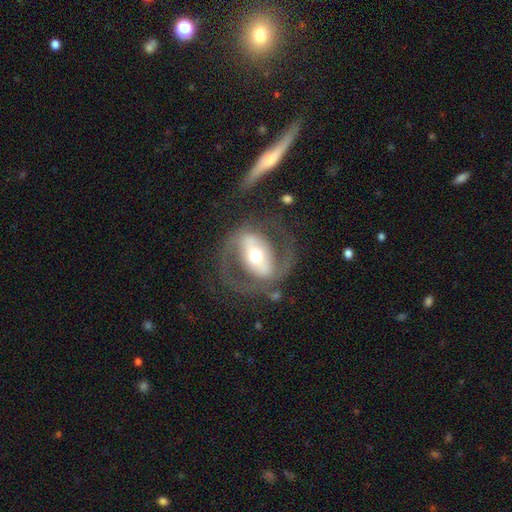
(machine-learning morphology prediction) smooth_or_featured: featured or disk (p=0.81) [alt: smooth p=0.14]
disk_edge_on: no (p=0.94) [alt: yes p=0.06]
bar: strong (p=0.58) [alt: weak p=0.23]
has_spiral_arms: yes (p=0.70) [alt: no p=0.30]
spiral_winding: medium (p=0.50) [alt: tight p=0.26]
spiral_arm_count: 2 (p=0.87) [alt: can't tell p=0.07]
bulge_size: moderate (p=0.66) [alt: small p=0.16]
merging: none (p=0.70) [alt: major disturbance p=0.15]